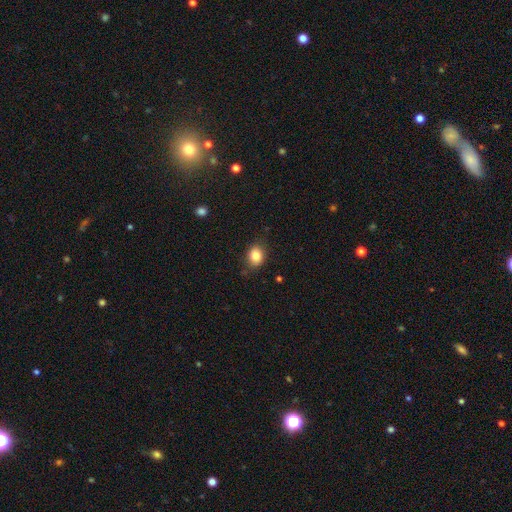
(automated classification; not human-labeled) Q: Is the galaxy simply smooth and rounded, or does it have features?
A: smooth — 84%.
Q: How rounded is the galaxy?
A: round — 50%.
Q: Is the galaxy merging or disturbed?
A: none — 81%.